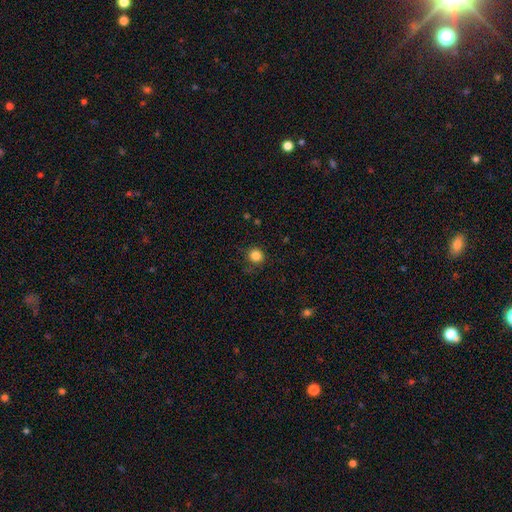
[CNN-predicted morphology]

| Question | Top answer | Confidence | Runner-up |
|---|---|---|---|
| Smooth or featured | smooth | 85% | star or artifact (12%) |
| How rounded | round | 92% | in between (7%) |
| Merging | none | 85% | minor disturbance (10%) |